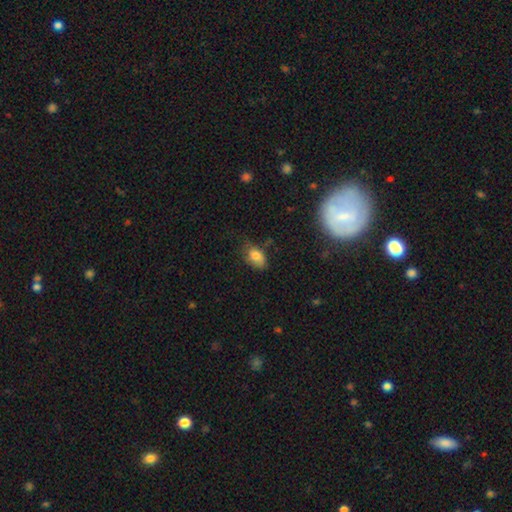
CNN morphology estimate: smooth_or_featured: smooth (p=0.77) [alt: featured or disk p=0.14]
how_rounded: in between (p=0.86) [alt: round p=0.12]
merging: none (p=0.52) [alt: minor disturbance p=0.35]